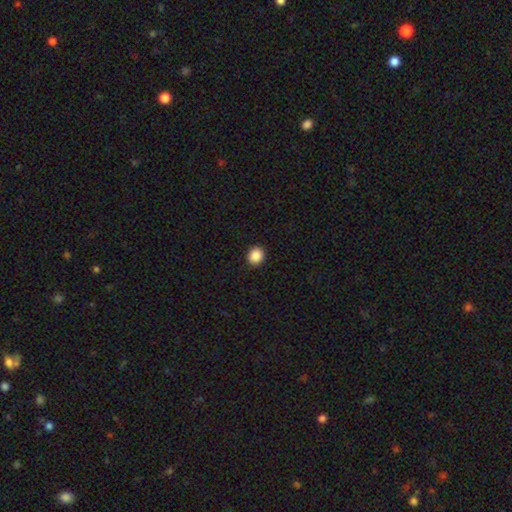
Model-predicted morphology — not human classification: smooth-or-featured: smooth: 88% | star or artifact: 9% | featured or disk: 3%
  how-rounded: round: 80% | in between: 20% | cigar-shaped: 1%
  merging: none: 92% | minor disturbance: 5% | major disturbance: 2% | merger: 1%